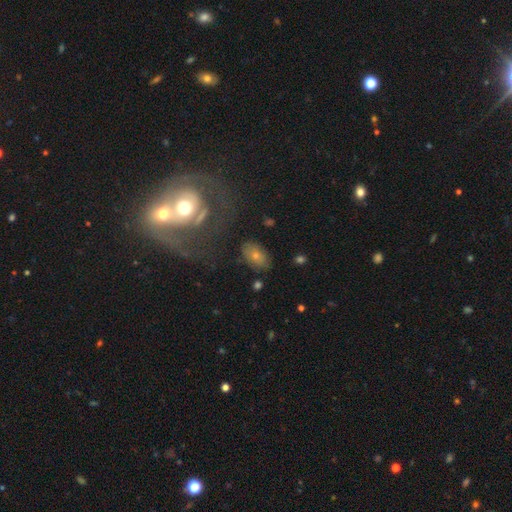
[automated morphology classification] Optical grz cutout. It shows a smooth galaxy with no disk features (68%) that is in between round and cigar-shaped (89%). Merging: none (77%).